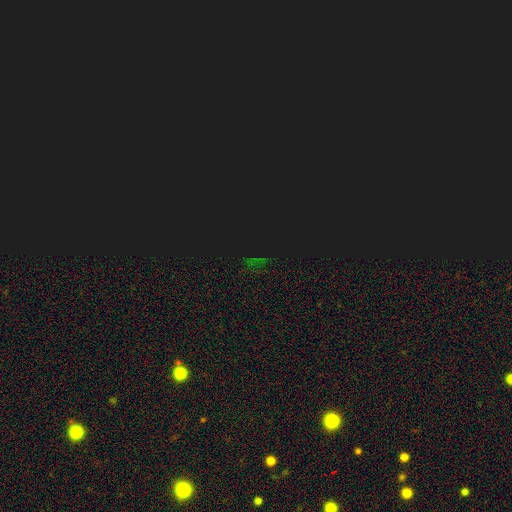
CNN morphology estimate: smooth-or-featured: star or artifact: 81% | smooth: 12% | featured or disk: 7%